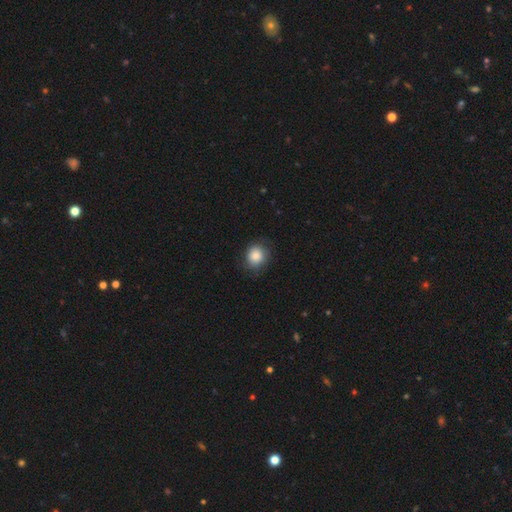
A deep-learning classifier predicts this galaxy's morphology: This is clearly a smooth galaxy (85%). How rounded: likely round (79%). Merging: likely none (80%).